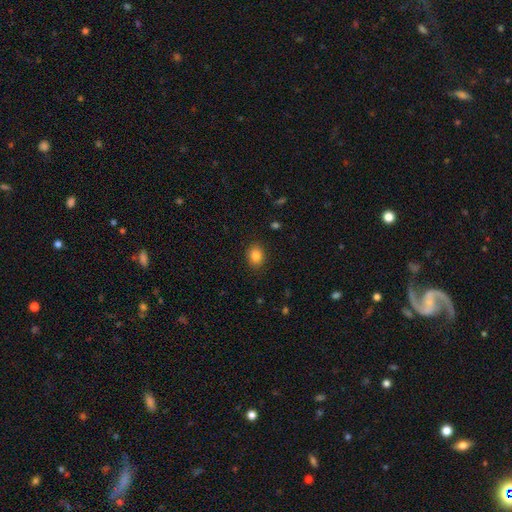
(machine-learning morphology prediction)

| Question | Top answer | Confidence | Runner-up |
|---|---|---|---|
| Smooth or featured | smooth | 85% | star or artifact (10%) |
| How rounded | in between | 51% | round (48%) |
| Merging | none | 88% | minor disturbance (8%) |